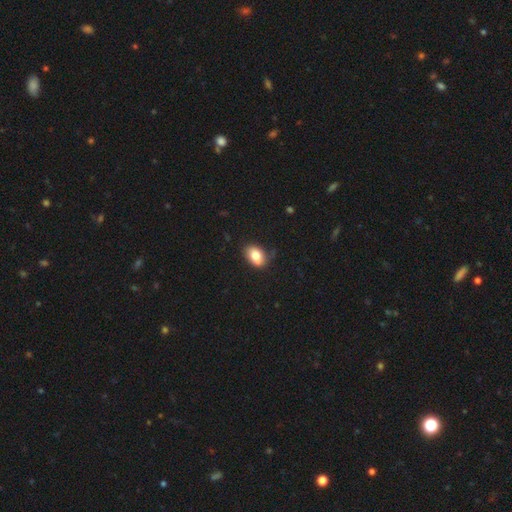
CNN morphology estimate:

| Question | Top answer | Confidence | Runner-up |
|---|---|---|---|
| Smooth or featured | smooth | 79% | featured or disk (13%) |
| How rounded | in between | 85% | round (14%) |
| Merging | none | 69% | minor disturbance (23%) |